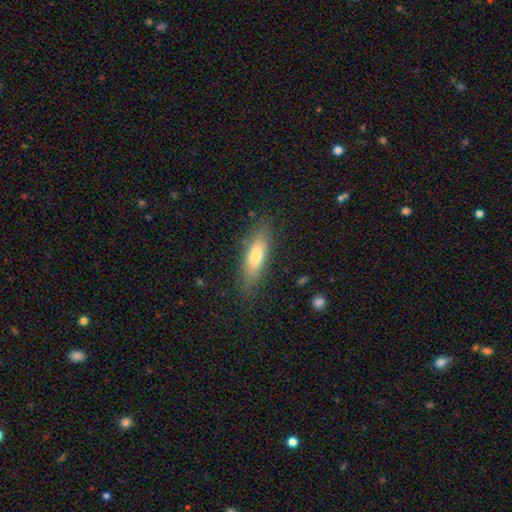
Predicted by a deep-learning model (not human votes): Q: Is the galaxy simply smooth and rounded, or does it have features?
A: smooth — 72%.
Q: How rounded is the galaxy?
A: cigar-shaped — 52%.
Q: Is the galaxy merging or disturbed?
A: none — 83%.